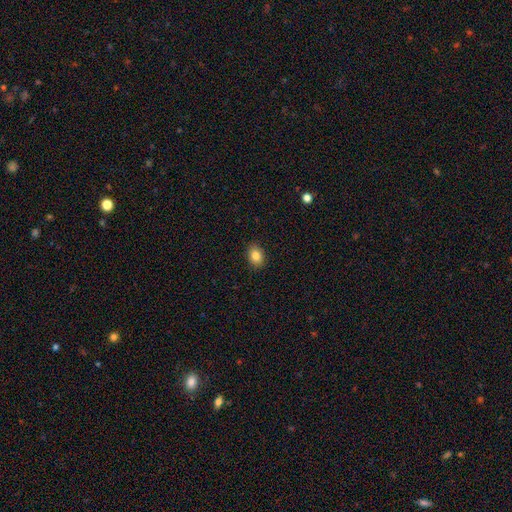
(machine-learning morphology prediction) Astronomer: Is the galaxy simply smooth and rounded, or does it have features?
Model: smooth — 84%.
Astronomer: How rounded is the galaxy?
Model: in between — 64%.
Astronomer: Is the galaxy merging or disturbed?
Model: none — 89%.